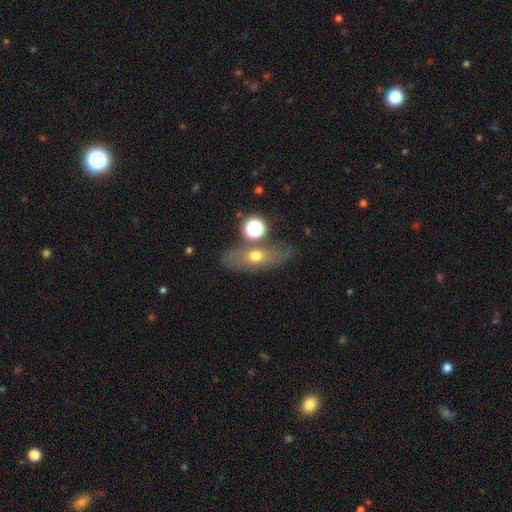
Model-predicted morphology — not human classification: smooth-or-featured: smooth: 52% | featured or disk: 35% | star or artifact: 13%
  how-rounded: in between: 60% | cigar-shaped: 21% | round: 19%
  merging: none: 63% | minor disturbance: 16% | merger: 13% | major disturbance: 9%